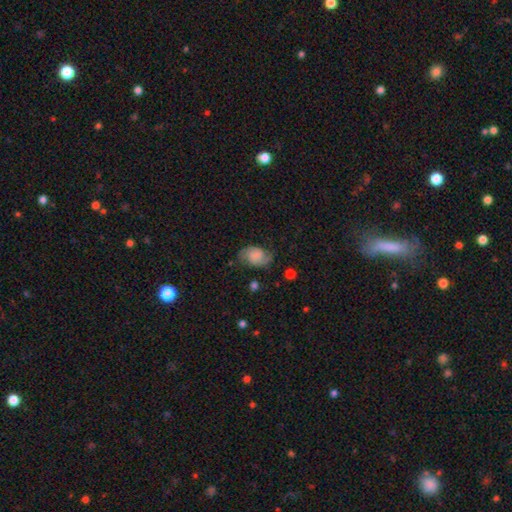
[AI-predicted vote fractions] The model was most divided on "spiral winding": medium: 45%, loose: 33%, tight: 22%. Remaining: edge-on disk — no (97%); spiral arms — yes (94%); spiral arm count — 2 (90%); merging — none (70%); bar — no (69%); smooth or featured — featured or disk (63%); bulge size — none (47%).